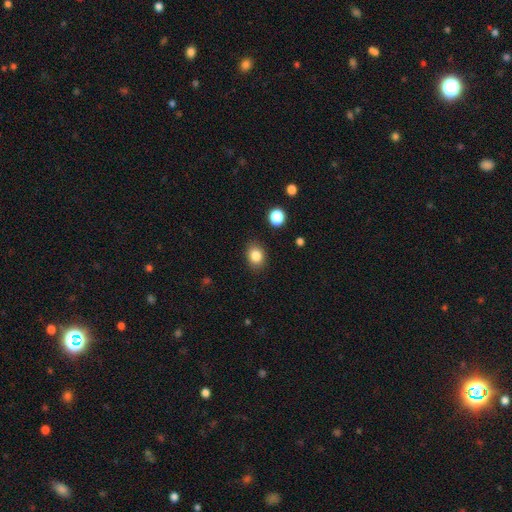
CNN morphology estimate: This is clearly a smooth galaxy (84%). How rounded: possibly in between (52%). Merging: clearly none (86%).